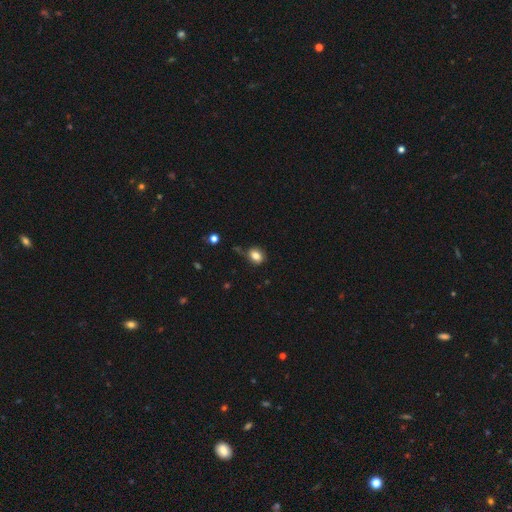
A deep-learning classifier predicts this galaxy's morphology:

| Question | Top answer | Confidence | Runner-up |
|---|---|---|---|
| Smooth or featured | smooth | 83% | star or artifact (10%) |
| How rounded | in between | 52% | round (47%) |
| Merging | none | 72% | minor disturbance (19%) |